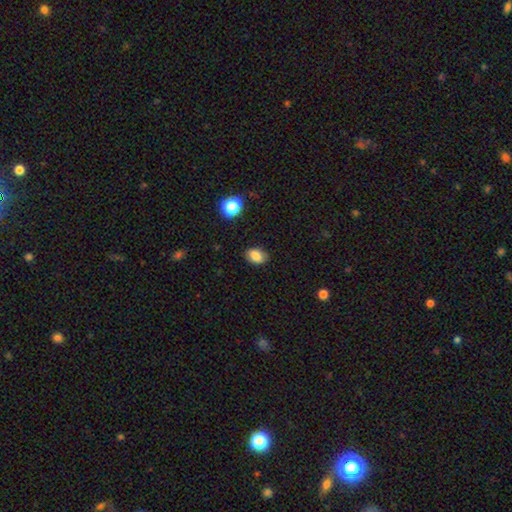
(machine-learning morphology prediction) Smooth or featured? Predicted: smooth (p=0.83). How rounded? Predicted: in between (p=0.79). Merging? Predicted: none (p=0.85).